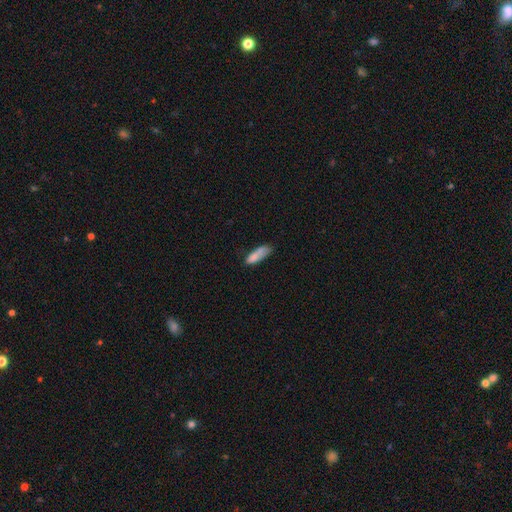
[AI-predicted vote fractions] A smooth galaxy with no disk features (77%) that is in between round and cigar-shaped (53%). Merging: none (47%).